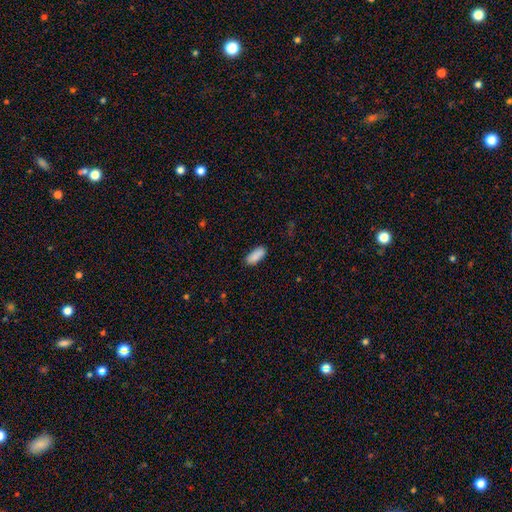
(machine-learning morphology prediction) smooth 89%, star or artifact 7%, featured or disk 4%. Down the decision tree: how rounded — in between (82%); merging — none (85%).